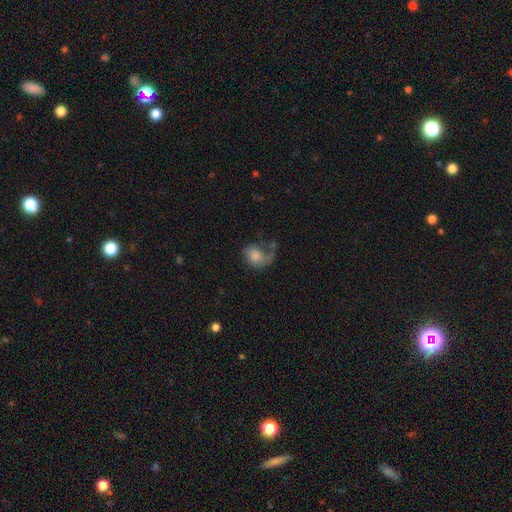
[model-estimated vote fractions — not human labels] smooth 58%, featured or disk 33%, star or artifact 9%. Down the decision tree: how rounded — in between (50%); merging — major disturbance (38%).